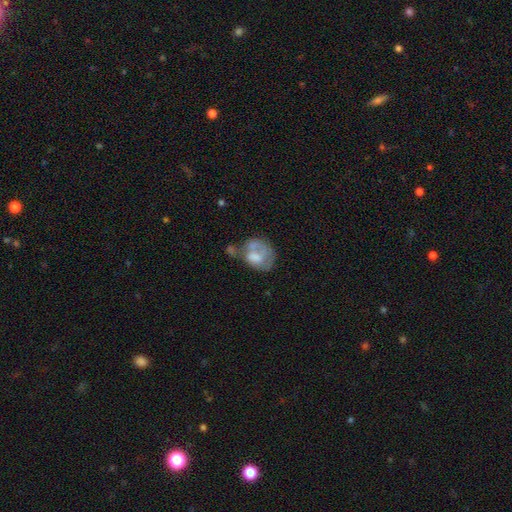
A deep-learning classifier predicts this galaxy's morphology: A smooth galaxy with no disk features (50%). Merging: major disturbance (29%).